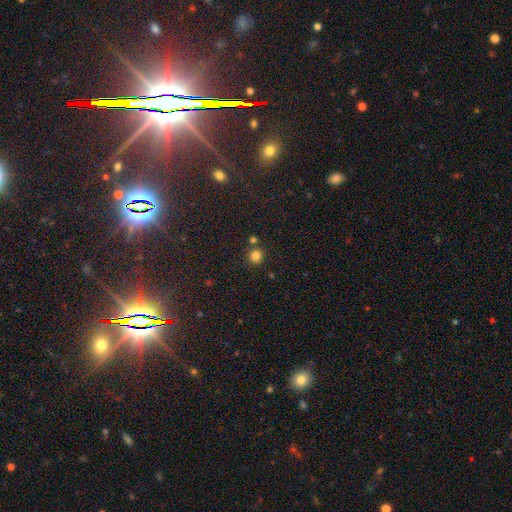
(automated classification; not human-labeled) smooth-or-featured: smooth: 82% | star or artifact: 14% | featured or disk: 5%
  how-rounded: round: 89% | in between: 10% | cigar-shaped: 1%
  merging: none: 79% | merger: 12% | minor disturbance: 7% | major disturbance: 2%